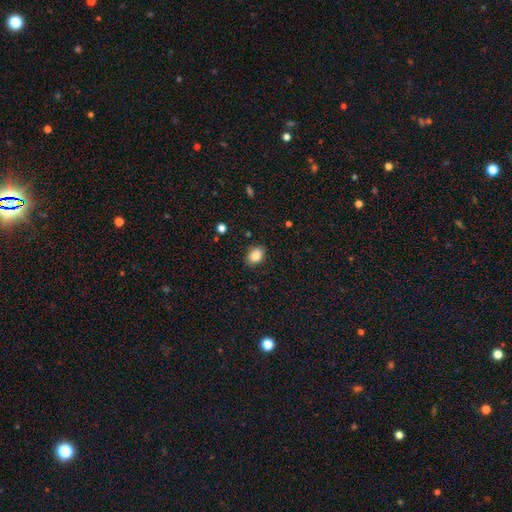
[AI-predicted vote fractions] Smooth or featured?
  - smooth: 86% *
  - star or artifact: 9%
  - featured or disk: 5%
How rounded?
  - in between: 72% *
  - round: 27%
  - cigar-shaped: 1%
Merging?
  - none: 84% *
  - minor disturbance: 12%
  - major disturbance: 2%
  - merger: 1%